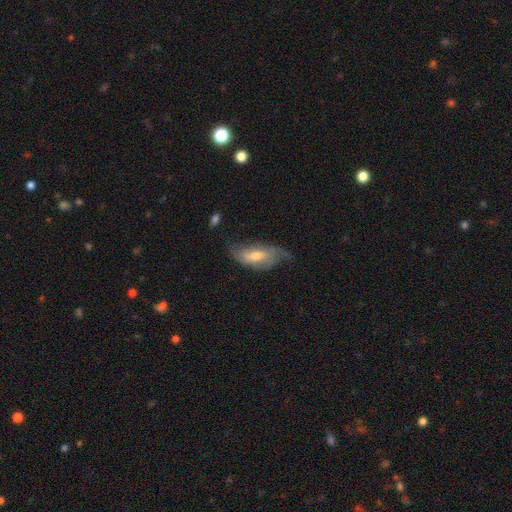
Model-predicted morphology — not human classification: Smooth or featured?
  - featured or disk: 52% *
  - smooth: 41%
  - star or artifact: 8%
Edge-on disk?
  - no: 83% *
  - yes: 17%
Merging?
  - none: 42% *
  - minor disturbance: 34%
  - major disturbance: 22%
  - merger: 2%